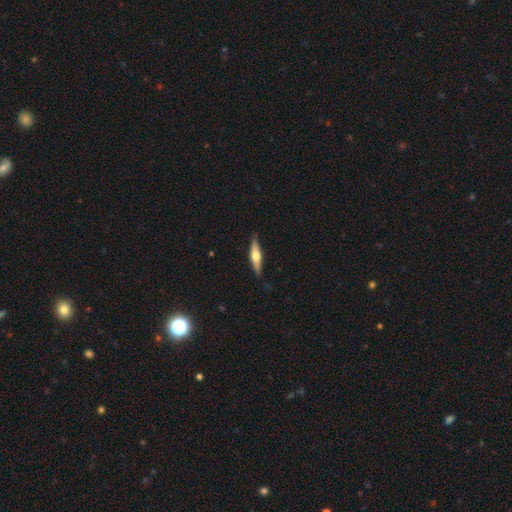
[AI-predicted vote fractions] featured or disk 59%, smooth 36%, star or artifact 5%. Down the decision tree: edge-on disk — yes (96%); edge-on bulge — rounded (93%); merging — none (88%).